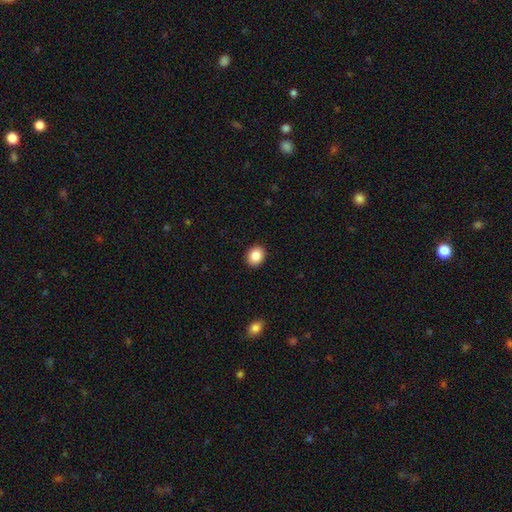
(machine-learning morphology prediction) smooth 86%, star or artifact 9%, featured or disk 5%. Down the decision tree: how rounded — round (65%); merging — none (92%).